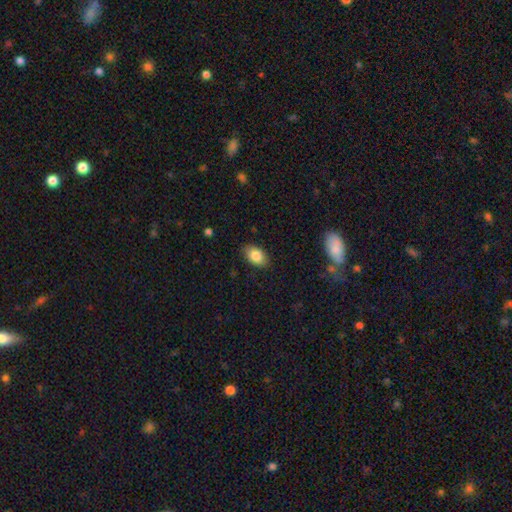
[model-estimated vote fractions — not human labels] Smooth or featured? smooth (85%)
How rounded? in between (90%)
Merging? none (85%)